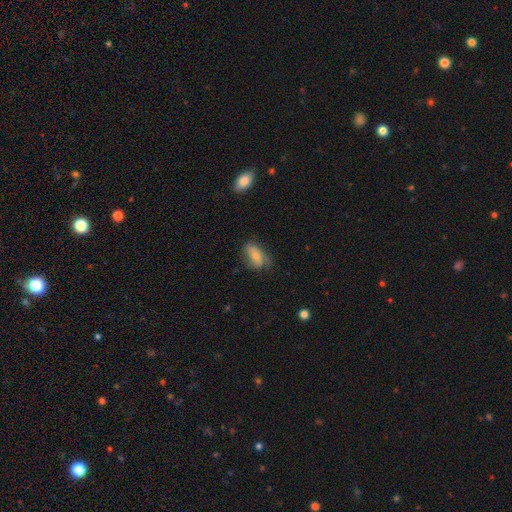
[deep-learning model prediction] Overall: smooth (53%; featured or disk 39%). How rounded: in between (87%). Merging: none (53%; minor disturbance 31%).